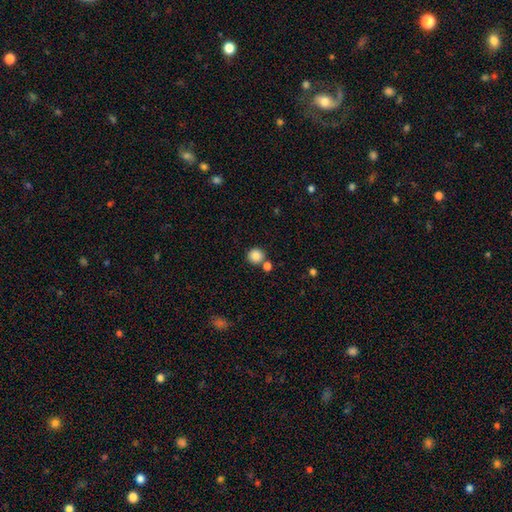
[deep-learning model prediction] The model was most divided on "merging": none: 75%, merger: 14%, minor disturbance: 8%, major disturbance: 3%. More confident: how rounded — round (93%); smooth or featured — smooth (86%).